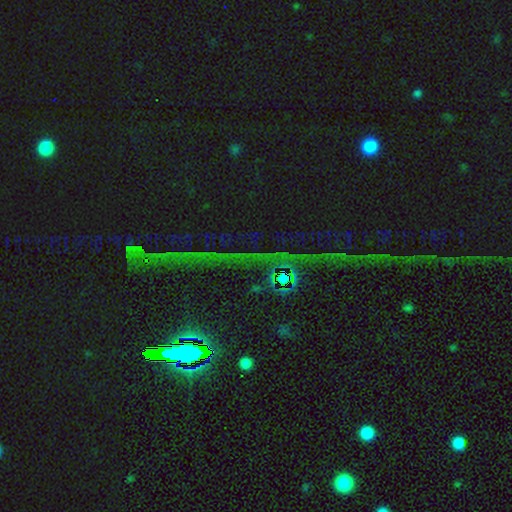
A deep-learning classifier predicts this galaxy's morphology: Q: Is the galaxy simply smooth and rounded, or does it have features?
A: star or artifact — 80%.